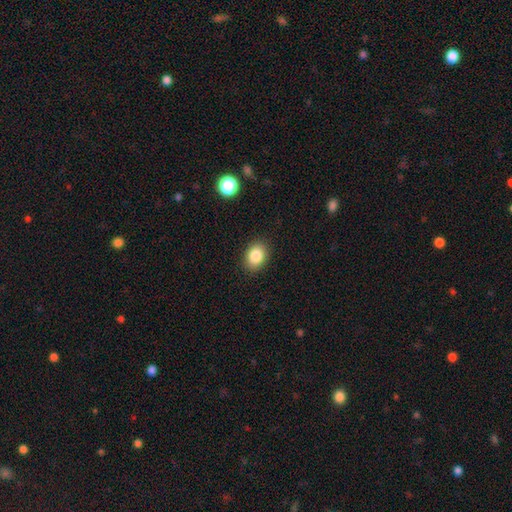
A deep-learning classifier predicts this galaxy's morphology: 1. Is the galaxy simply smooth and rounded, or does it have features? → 86% smooth, 9% star or artifact, 6% featured or disk.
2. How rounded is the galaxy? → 71% in between, 28% round, 1% cigar-shaped.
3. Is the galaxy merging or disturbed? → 88% none, 8% minor disturbance, 2% major disturbance, 1% merger.